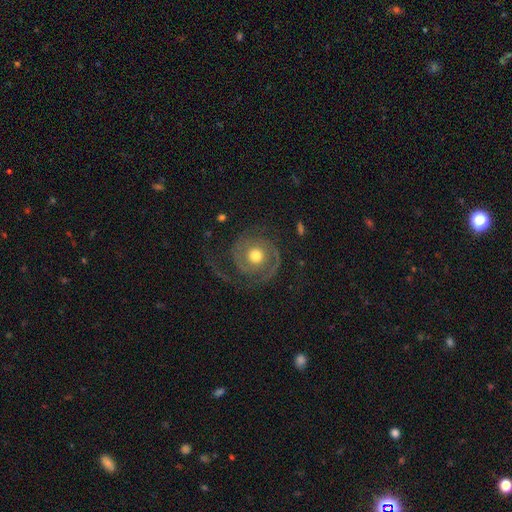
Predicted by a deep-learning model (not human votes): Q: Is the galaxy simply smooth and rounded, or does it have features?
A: featured or disk — 84%.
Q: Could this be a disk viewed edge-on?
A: no — 98%.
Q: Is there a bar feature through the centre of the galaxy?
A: no — 78%.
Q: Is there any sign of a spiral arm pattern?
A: yes — 95%.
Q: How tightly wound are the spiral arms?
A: tight — 44%.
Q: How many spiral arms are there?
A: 2 — 71%.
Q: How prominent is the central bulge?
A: moderate — 75%.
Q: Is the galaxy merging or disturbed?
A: none — 68%.